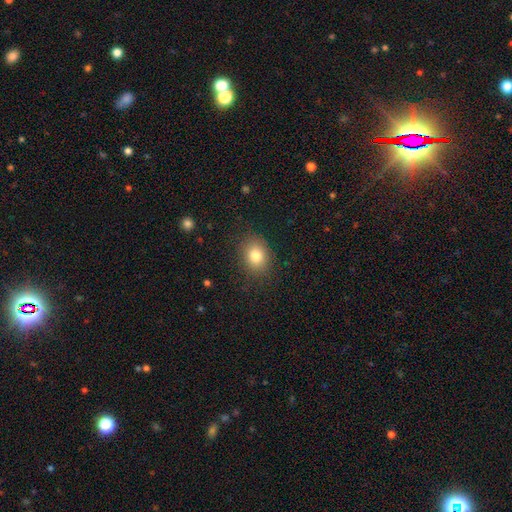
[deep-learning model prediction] smooth_or_featured: smooth (p=0.80) [alt: star or artifact p=0.11]
how_rounded: round (p=0.52) [alt: in between p=0.47]
merging: none (p=0.86) [alt: minor disturbance p=0.10]